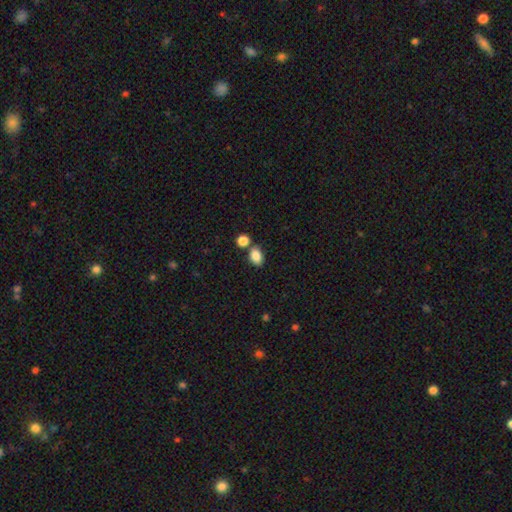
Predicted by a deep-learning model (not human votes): Q: Smooth or featured?
A: smooth (86%); runner-up: star or artifact (9%)
Q: How rounded?
A: in between (79%); runner-up: round (20%)
Q: Merging?
A: none (64%); runner-up: merger (22%)